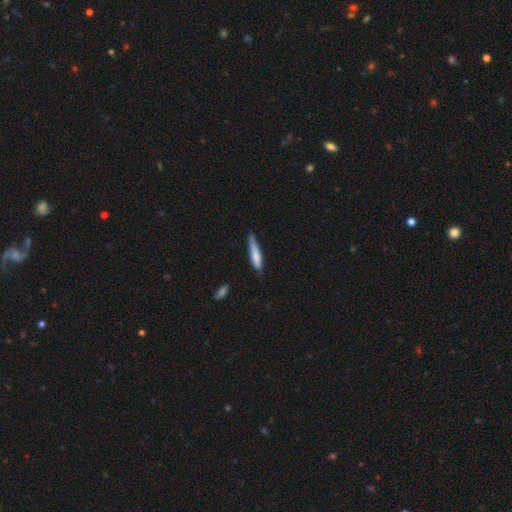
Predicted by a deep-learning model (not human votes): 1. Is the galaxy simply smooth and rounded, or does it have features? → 73% smooth, 21% featured or disk, 6% star or artifact.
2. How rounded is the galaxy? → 88% cigar-shaped, 11% in between, 1% round.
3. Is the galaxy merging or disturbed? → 63% none, 30% minor disturbance, 5% major disturbance, 2% merger.